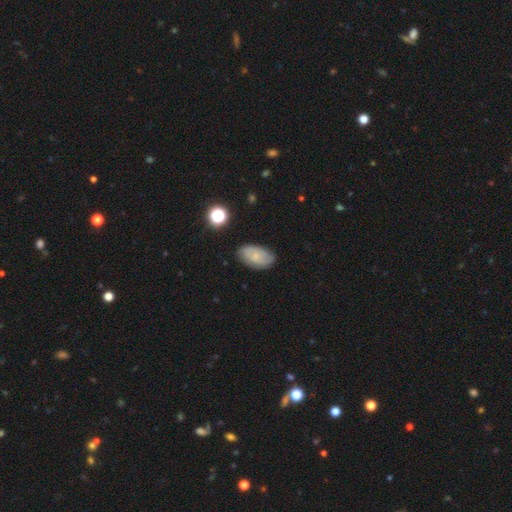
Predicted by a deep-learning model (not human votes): This appears to be a smooth galaxy with no disk features (59%) that is in between round and cigar-shaped (92%). Merging: none (79%).